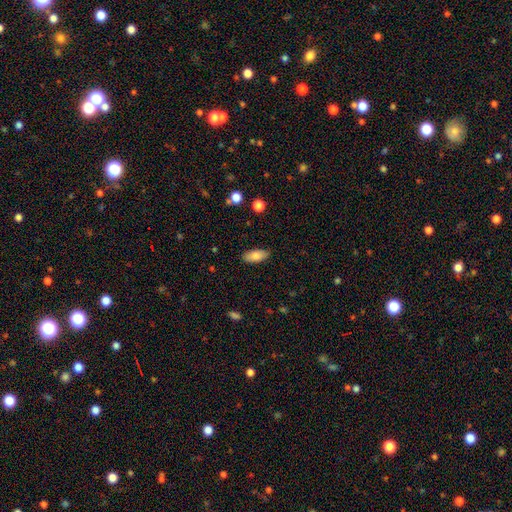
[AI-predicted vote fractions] A smooth galaxy with no disk features (81%) that is in between round and cigar-shaped (86%).

Vote fractions:
- Smooth or featured? smooth: 81% / featured or disk: 12% / star or artifact: 7%
- How rounded? in between: 86% / cigar-shaped: 12% / round: 2%
- Merging? none: 86% / minor disturbance: 10% / major disturbance: 2% / merger: 1%